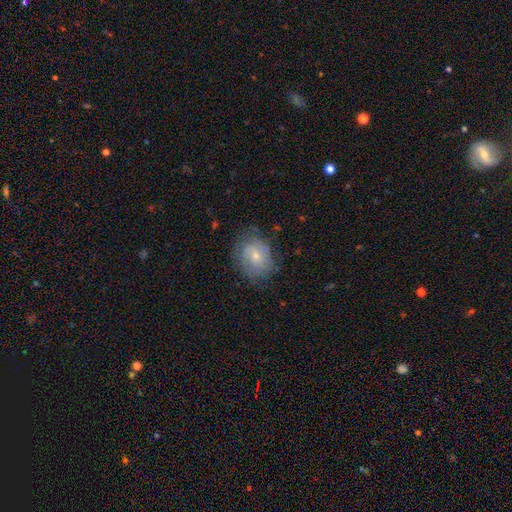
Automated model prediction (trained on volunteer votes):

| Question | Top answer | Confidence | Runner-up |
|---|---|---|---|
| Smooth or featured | smooth | 48% | featured or disk (44%) |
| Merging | none | 70% | minor disturbance (21%) |